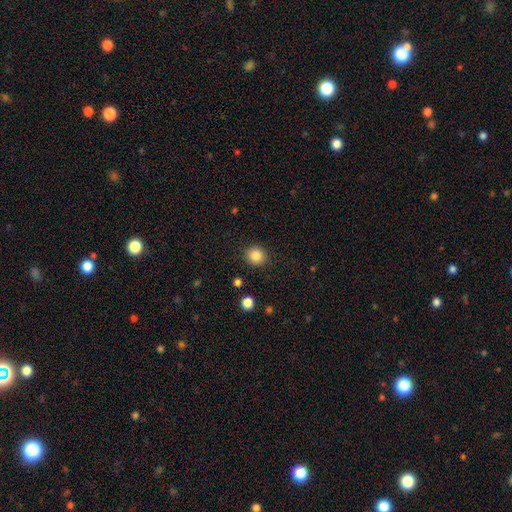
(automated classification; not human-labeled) A smooth galaxy with no disk features (85%) that is round (88%).

Vote fractions:
- Smooth or featured? smooth: 85% / star or artifact: 10% / featured or disk: 5%
- How rounded? round: 88% / in between: 11% / cigar-shaped: 1%
- Merging? none: 90% / minor disturbance: 6% / major disturbance: 2% / merger: 1%